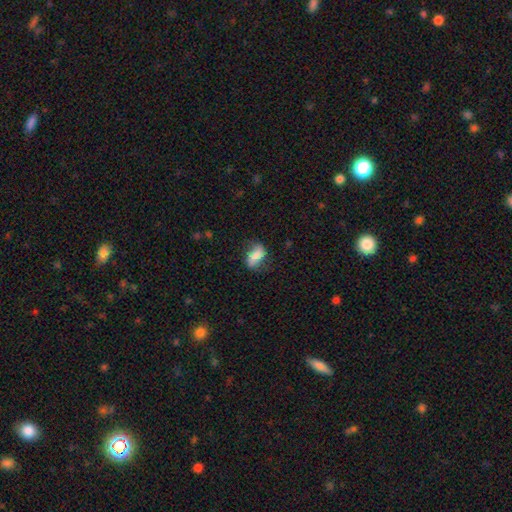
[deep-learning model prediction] The model was most divided on "merging": none: 59%, minor disturbance: 27%, major disturbance: 12%, merger: 2%. More confident: how rounded — in between (87%); smooth or featured — smooth (71%).